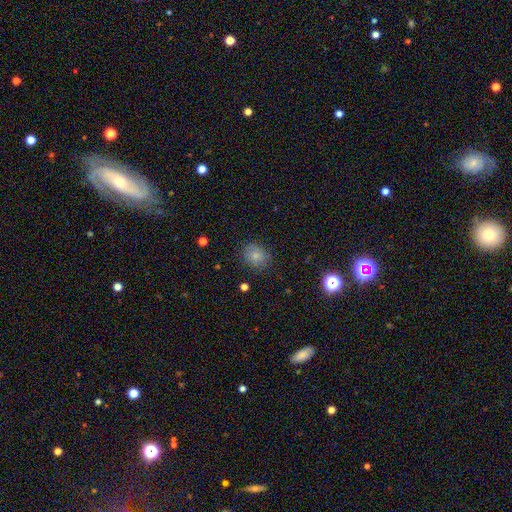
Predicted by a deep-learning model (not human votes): smooth-or-featured: smooth: 79% | star or artifact: 12% | featured or disk: 10%
  how-rounded: round: 54% | in between: 45% | cigar-shaped: 1%
  merging: none: 82% | minor disturbance: 13% | major disturbance: 4% | merger: 1%